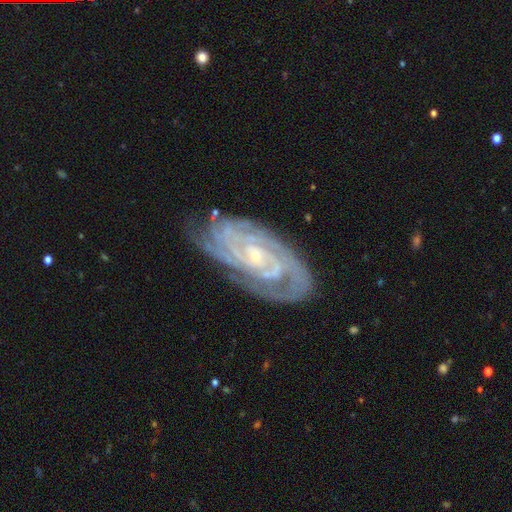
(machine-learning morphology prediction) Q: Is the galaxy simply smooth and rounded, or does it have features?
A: featured or disk — 90%.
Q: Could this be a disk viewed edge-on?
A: no — 95%.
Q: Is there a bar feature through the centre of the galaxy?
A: no — 62%.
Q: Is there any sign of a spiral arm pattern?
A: yes — 98%.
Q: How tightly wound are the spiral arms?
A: tight — 79%.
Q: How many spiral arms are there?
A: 3 — 24%.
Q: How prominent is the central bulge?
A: small — 73%.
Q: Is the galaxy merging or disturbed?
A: none — 73%.